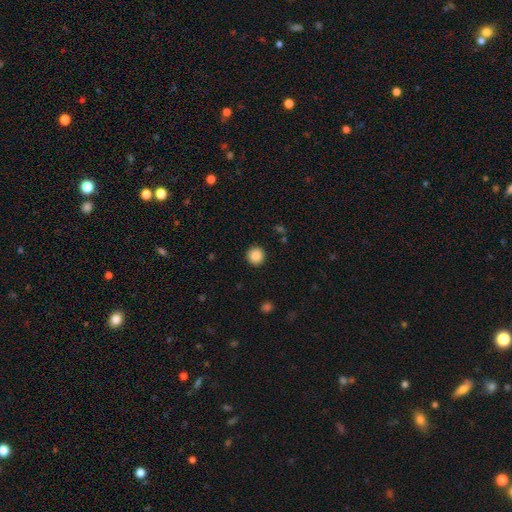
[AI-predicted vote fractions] This appears to be a smooth galaxy with no disk features (87%) that is round (96%). Merging: none (92%).